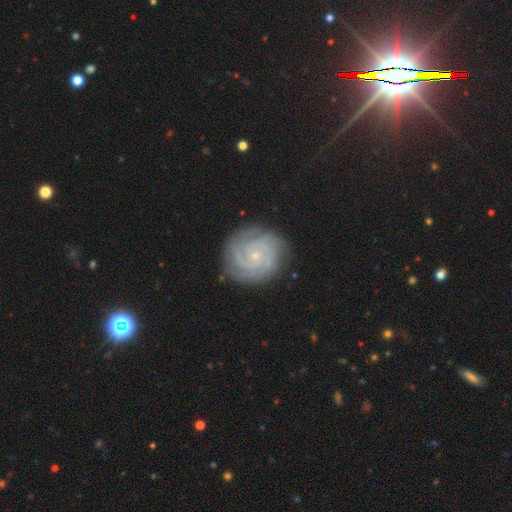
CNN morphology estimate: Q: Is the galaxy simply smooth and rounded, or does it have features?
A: featured or disk — 86%.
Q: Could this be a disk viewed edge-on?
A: no — 98%.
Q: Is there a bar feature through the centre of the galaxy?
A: no — 77%.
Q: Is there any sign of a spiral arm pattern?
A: yes — 98%.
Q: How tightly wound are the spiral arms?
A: tight — 78%.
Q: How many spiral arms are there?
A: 3 — 30%.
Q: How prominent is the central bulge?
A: small — 85%.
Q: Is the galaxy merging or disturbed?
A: none — 83%.